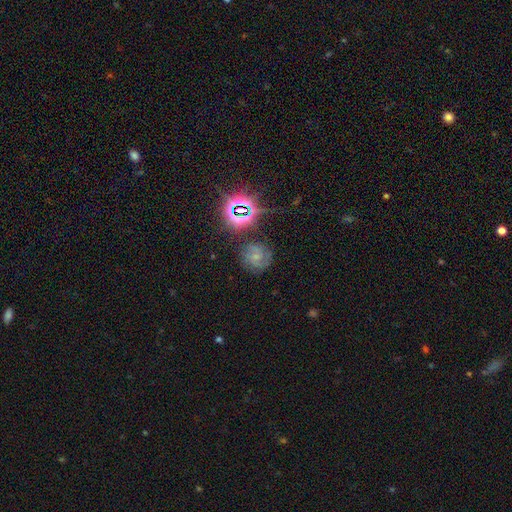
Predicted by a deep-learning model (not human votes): Morphology: type=featured or disk (49%); merging=none (71%).